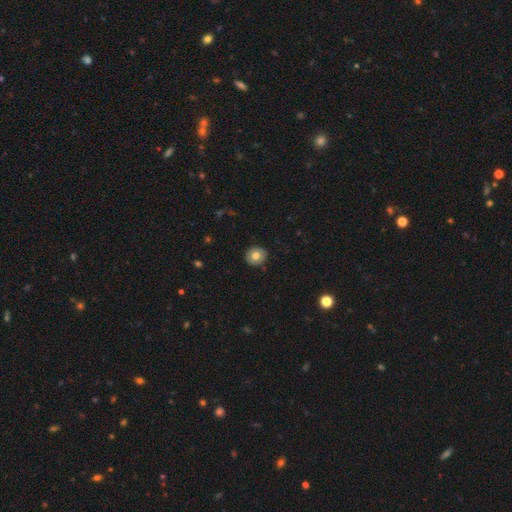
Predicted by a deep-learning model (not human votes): Smooth or featured? smooth (74%)
How rounded? round (86%)
Merging? none (90%)